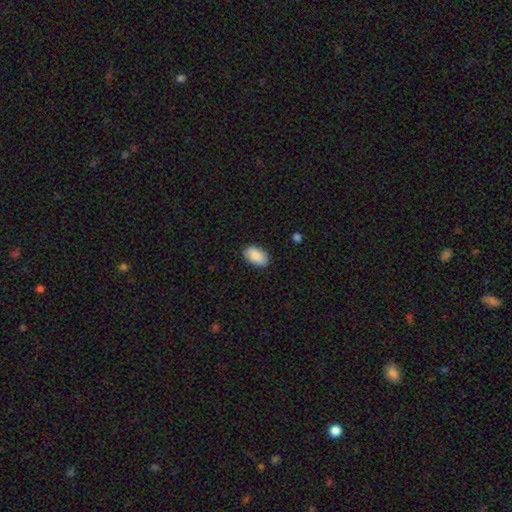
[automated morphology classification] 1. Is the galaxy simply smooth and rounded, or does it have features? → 86% smooth, 8% featured or disk, 6% star or artifact.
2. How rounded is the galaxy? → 94% in between, 5% round, 2% cigar-shaped.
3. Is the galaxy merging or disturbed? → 86% none, 11% minor disturbance, 2% major disturbance, 1% merger.